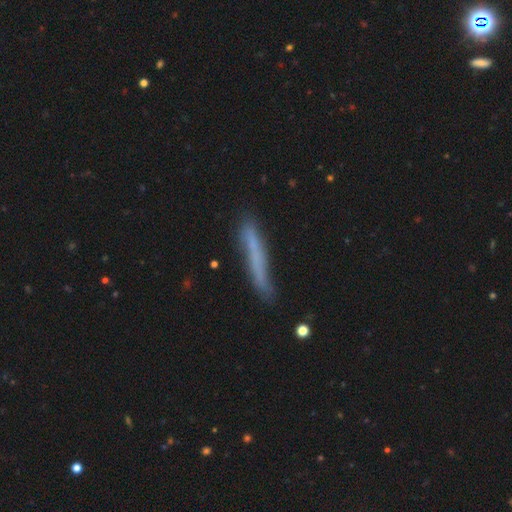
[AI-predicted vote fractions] Smooth or featured? smooth (60%)
How rounded? cigar-shaped (95%)
Merging? none (73%)